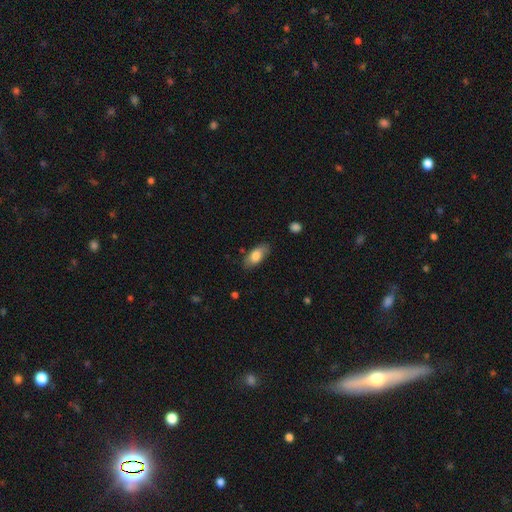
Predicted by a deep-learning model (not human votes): Overall: smooth (79%). How rounded: in between (87%). Merging: none (79%).